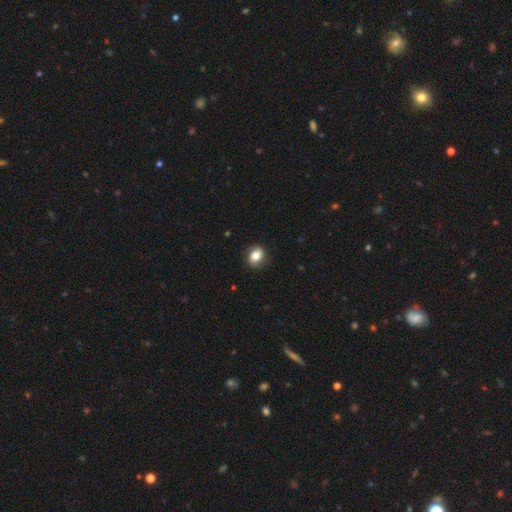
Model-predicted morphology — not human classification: Smooth or featured? smooth (71%)
How rounded? in between (51%)
Merging? none (82%)